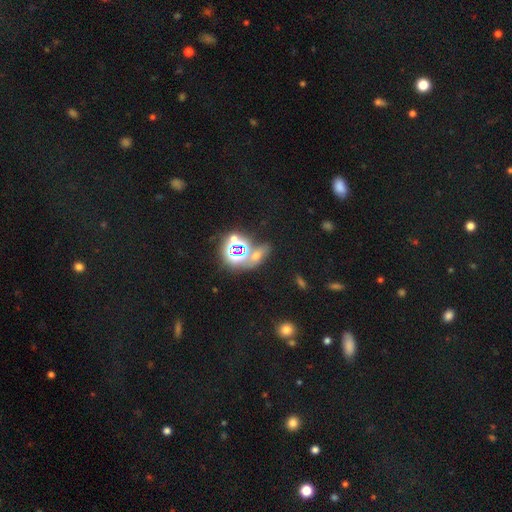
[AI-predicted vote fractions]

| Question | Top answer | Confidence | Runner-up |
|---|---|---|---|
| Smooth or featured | star or artifact | 53% | smooth (34%) |